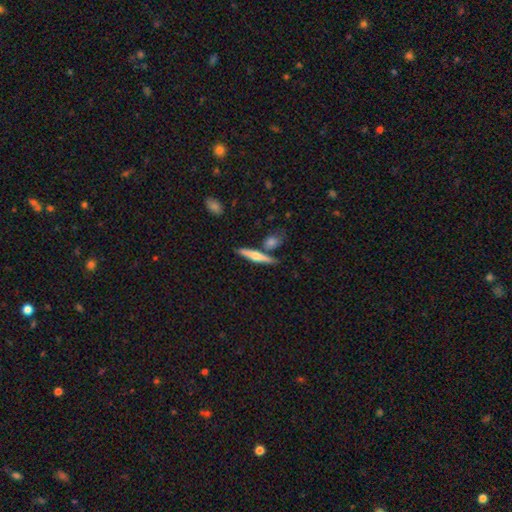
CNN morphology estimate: smooth_or_featured: featured or disk (p=0.51) [alt: smooth p=0.43]
disk_edge_on: yes (p=0.96) [alt: no p=0.04]
merging: none (p=0.76) [alt: merger p=0.11]